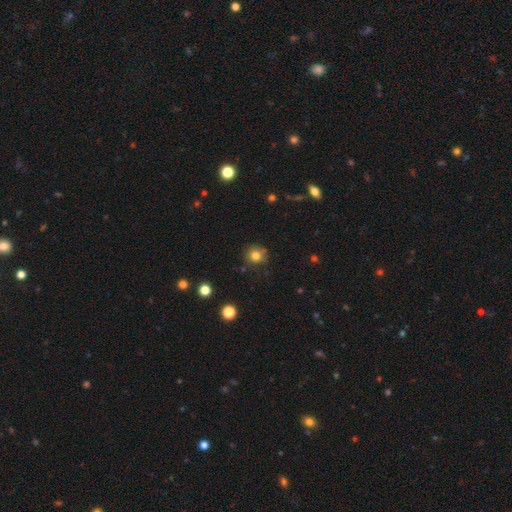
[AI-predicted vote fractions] Smooth or featured? Predicted: smooth (p=0.79). How rounded? Predicted: round (p=0.87). Merging? Predicted: none (p=0.79).